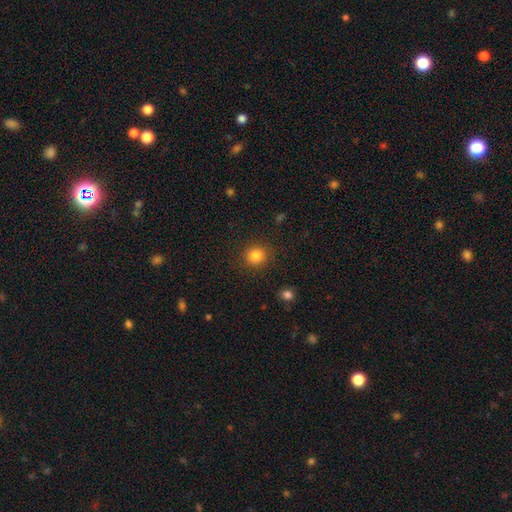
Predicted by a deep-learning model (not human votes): Morphology: type=smooth (84%); roundness=round (84%); merging=none (87%).